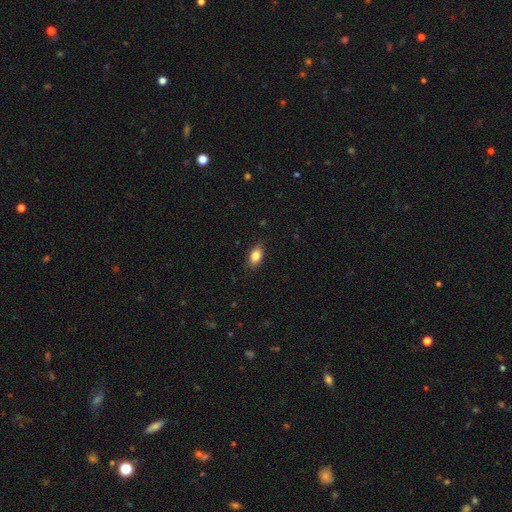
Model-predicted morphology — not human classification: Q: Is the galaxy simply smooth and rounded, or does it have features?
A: smooth — 85%.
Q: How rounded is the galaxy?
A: in between — 87%.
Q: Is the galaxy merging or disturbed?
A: none — 86%.